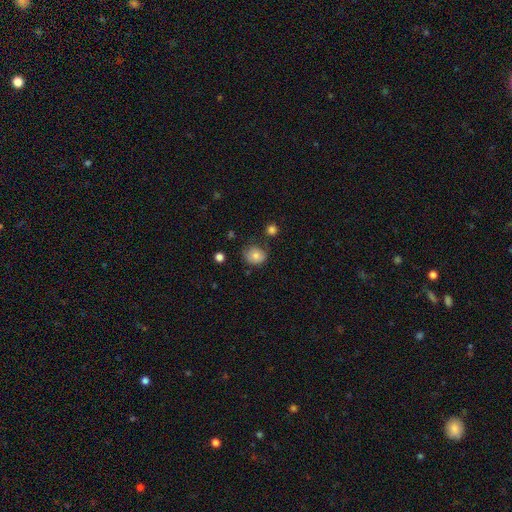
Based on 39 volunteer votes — Smooth or featured?
  - smooth: 82% *
  - featured or disk: 10%
  - star or artifact: 8%
How rounded?
  - round: 84% *
  - in between: 16%
  - cigar-shaped: 0%
Merging?
  - none: 72% *
  - minor disturbance: 19%
  - major disturbance: 6%
  - merger: 3%